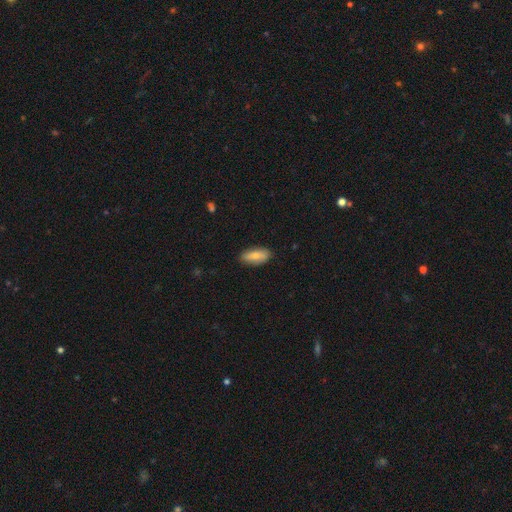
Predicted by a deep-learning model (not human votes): This appears to be a smooth galaxy with no disk features (79%) that is in between round and cigar-shaped (82%). Merging: none (84%).